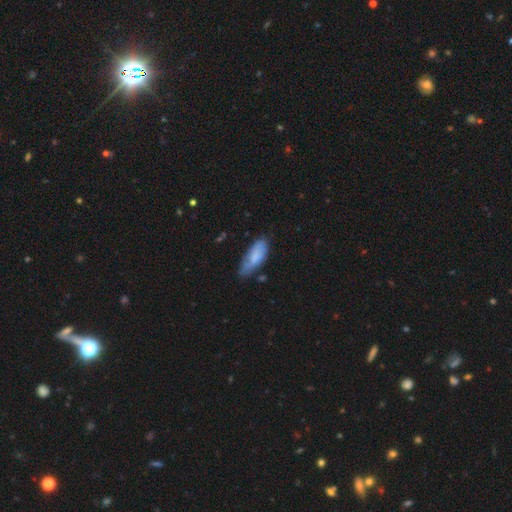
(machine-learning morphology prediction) smooth 68%, featured or disk 25%, star or artifact 7%. Down the decision tree: how rounded — in between (75%); merging — none (58%).